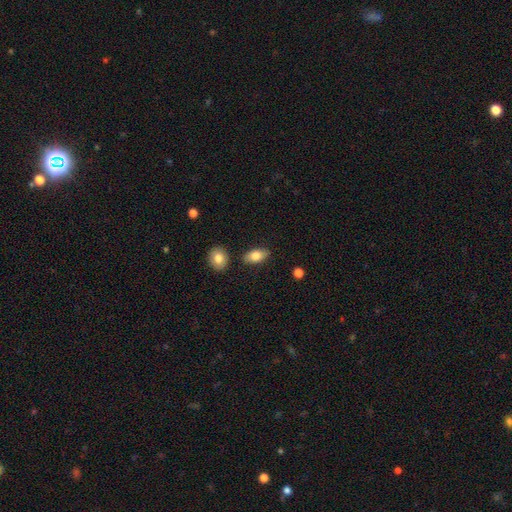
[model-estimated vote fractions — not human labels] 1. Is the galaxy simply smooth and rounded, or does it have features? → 80% smooth, 14% featured or disk, 7% star or artifact.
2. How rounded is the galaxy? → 90% in between, 5% round, 5% cigar-shaped.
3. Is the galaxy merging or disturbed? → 83% none, 11% minor disturbance, 4% merger, 2% major disturbance.